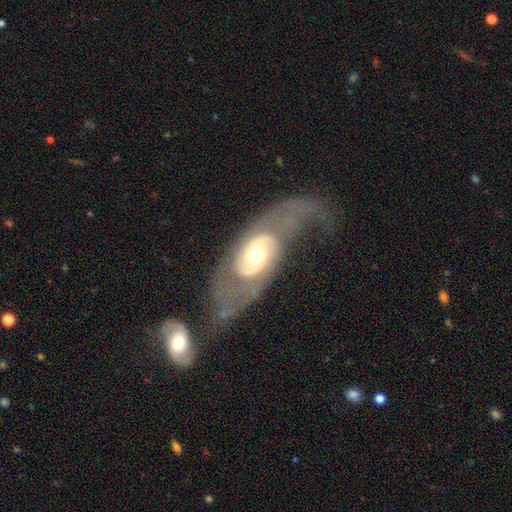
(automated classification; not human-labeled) This is clearly a featured or disk galaxy (81%). It is clearly not viewed edge-on (93%). Bar: likely no (67%). Spiral arm pattern: likely yes (79%). Spiral arm count: clearly 2 (81%). Spiral winding: marginally loose (39%). Central bulge: likely moderate (69%). Merging: possibly none (50%).